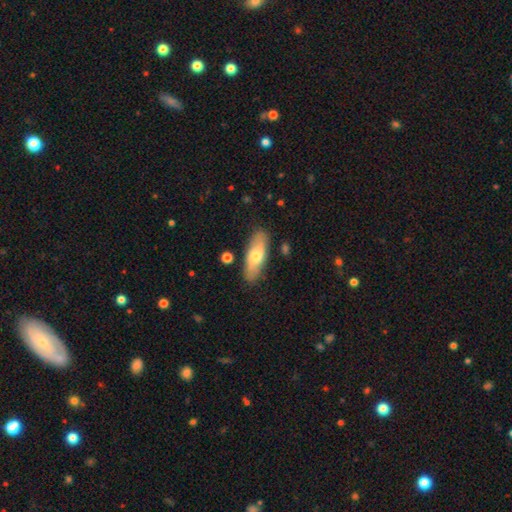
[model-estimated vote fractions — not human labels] smooth 65%, featured or disk 29%, star or artifact 6%. Down the decision tree: how rounded — in between (71%); merging — none (83%).